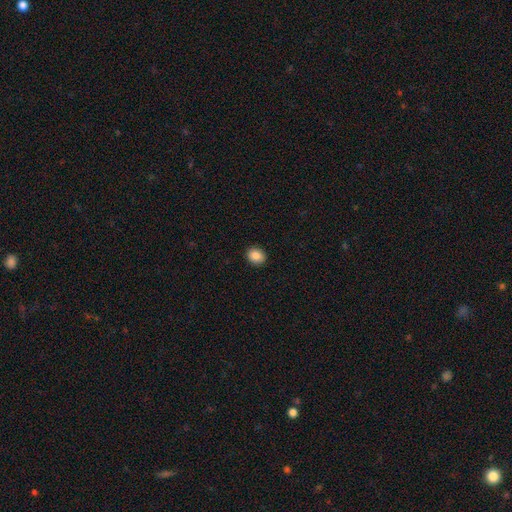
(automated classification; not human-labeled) Smooth or featured? Predicted: smooth (p=0.87). How rounded? Predicted: round (p=0.68). Merging? Predicted: none (p=0.91).